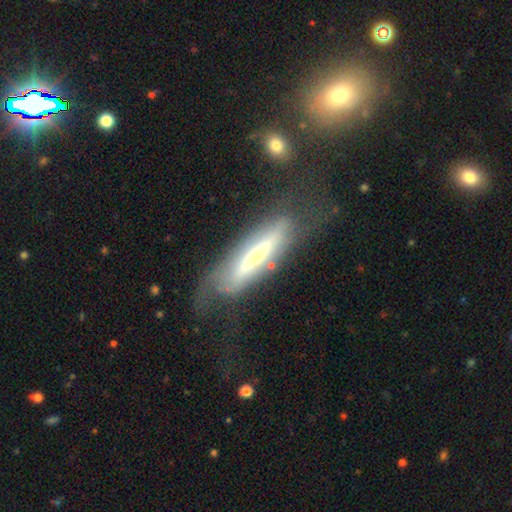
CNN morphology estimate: This appears to be a featured or disk galaxy (56%) viewed edge-on (60%). Merging: none (50%).